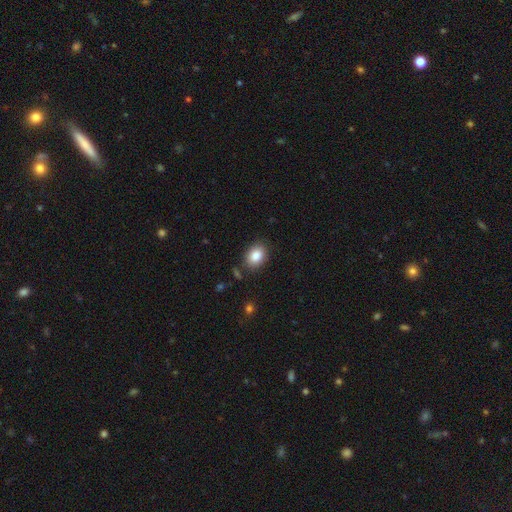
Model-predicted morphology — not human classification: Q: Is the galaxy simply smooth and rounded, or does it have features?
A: smooth — 86%.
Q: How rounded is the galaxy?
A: in between — 69%.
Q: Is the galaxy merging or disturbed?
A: none — 83%.